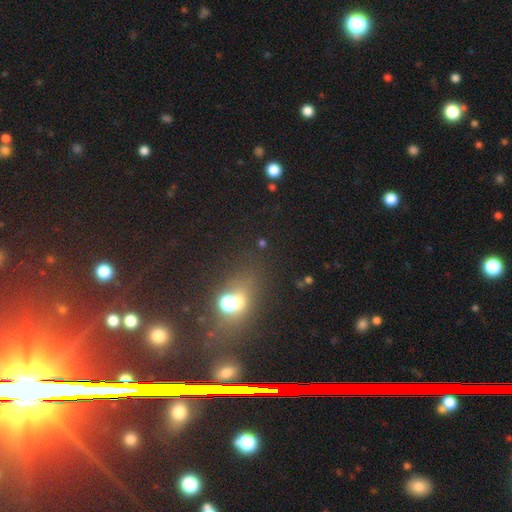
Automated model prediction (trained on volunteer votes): A star or artifact, not a galaxy (59%).